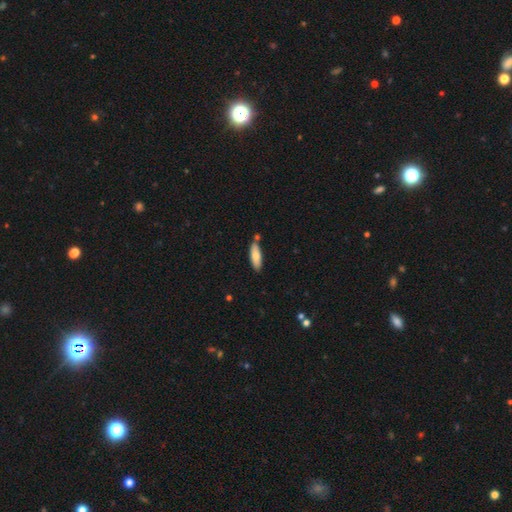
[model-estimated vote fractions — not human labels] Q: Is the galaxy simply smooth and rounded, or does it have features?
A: smooth — 79%.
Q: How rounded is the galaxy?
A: in between — 50%.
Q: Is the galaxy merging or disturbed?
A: none — 74%.